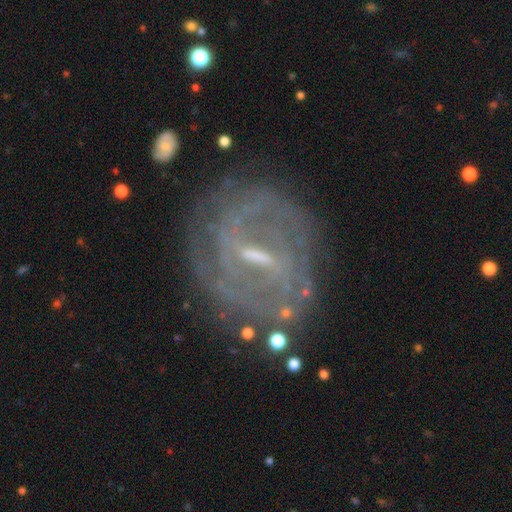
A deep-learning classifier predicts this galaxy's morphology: type=featured or disk (83%); edge-on=no (96%); bar=weak (48%); spiral arms=yes (89%); winding=tight (54%); arm count=2 (36%); bulge=small (67%); merging=none (75%).